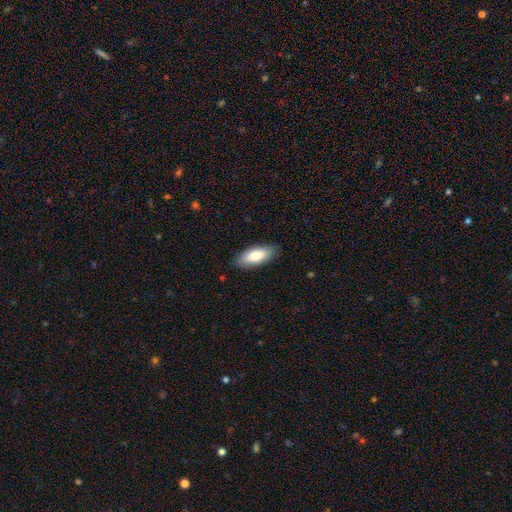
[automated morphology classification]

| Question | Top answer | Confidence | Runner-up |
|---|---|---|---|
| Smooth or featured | smooth | 80% | featured or disk (14%) |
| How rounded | in between | 83% | cigar-shaped (16%) |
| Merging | none | 87% | minor disturbance (10%) |